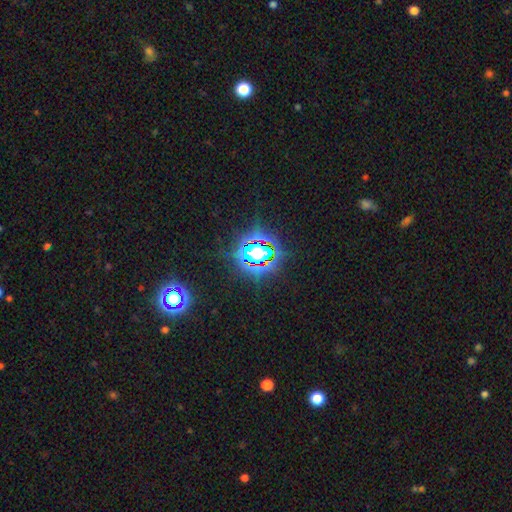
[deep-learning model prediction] star or artifact 75%, smooth 15%, featured or disk 10%.